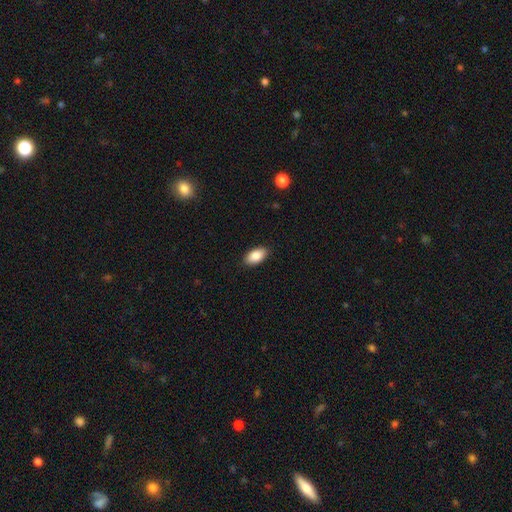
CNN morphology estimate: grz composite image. It shows a smooth galaxy with no disk features (88%) that is in between round and cigar-shaped (94%). Merging: none (89%).